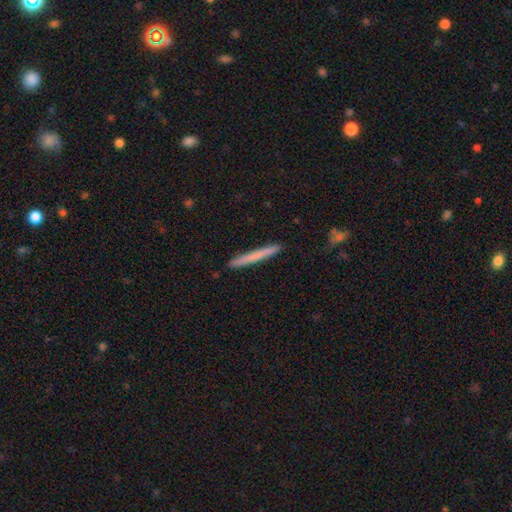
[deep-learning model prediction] This appears to be a smooth galaxy with no disk features (69%) that is cigar-shaped (97%). Merging: none (92%).